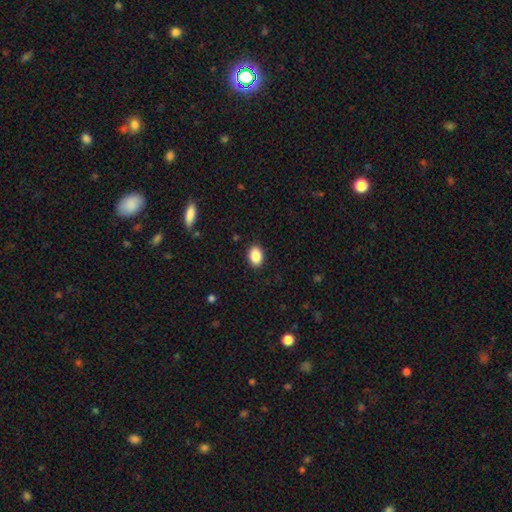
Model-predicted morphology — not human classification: This appears to be a smooth galaxy with no disk features (88%) that is in between round and cigar-shaped (77%). Merging: none (89%).